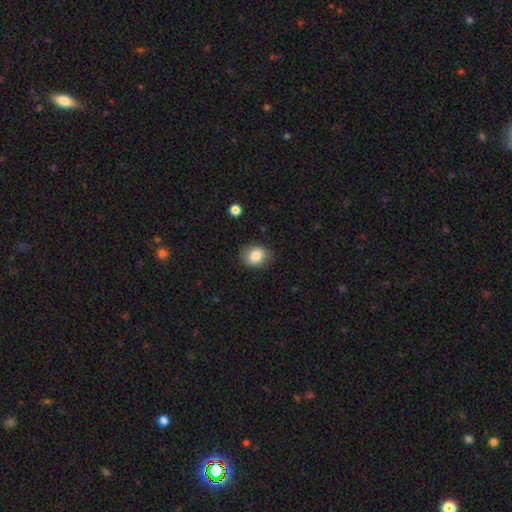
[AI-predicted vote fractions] Overall: smooth (83%). How rounded: round (52%; in between 47%). Merging: none (82%).